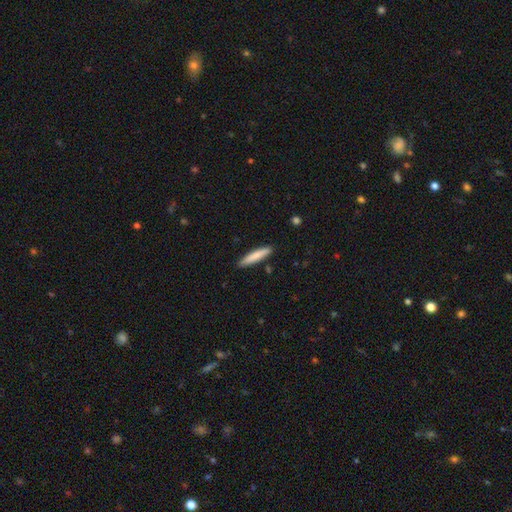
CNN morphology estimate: Smooth or featured: smooth — 79% (featured or disk — 15%)
How rounded: cigar-shaped — 89% (in between — 10%)
Merging: none — 89% (minor disturbance — 8%)